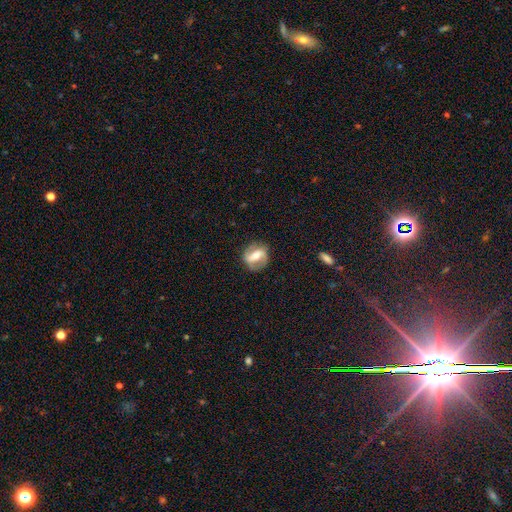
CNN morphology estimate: Smooth or featured? featured or disk (68%)
Edge-on disk? no (93%)
Bar? strong (57%)
Spiral arms? yes (74%)
Bulge size? moderate (59%)
Merging? none (79%)